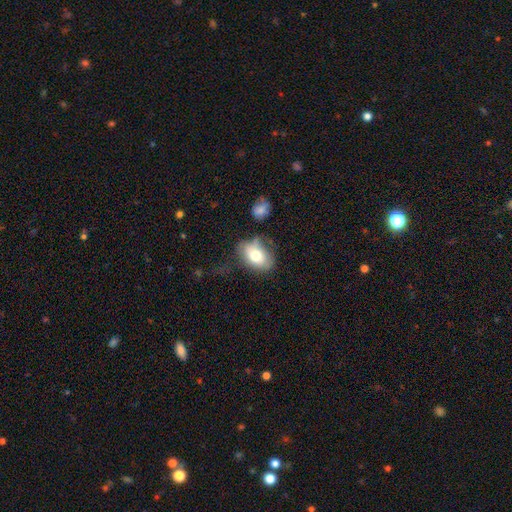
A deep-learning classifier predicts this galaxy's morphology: This appears to be a smooth galaxy with no disk features (73%) that is in between round and cigar-shaped (84%). Merging: none (53%).